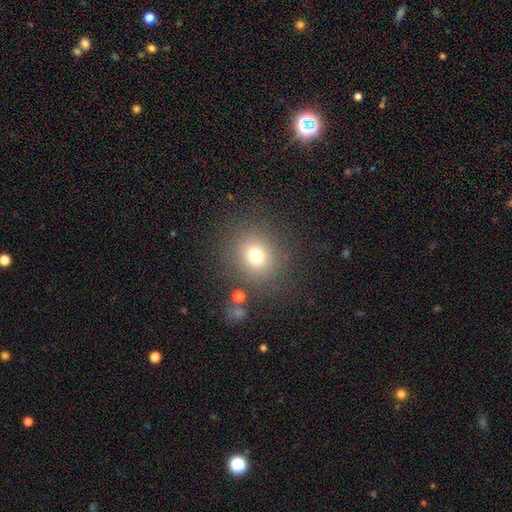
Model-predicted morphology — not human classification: Smooth or featured?
  - smooth: 74% *
  - star or artifact: 17%
  - featured or disk: 9%
How rounded?
  - round: 83% *
  - in between: 16%
  - cigar-shaped: 1%
Merging?
  - none: 84% *
  - minor disturbance: 9%
  - major disturbance: 5%
  - merger: 3%